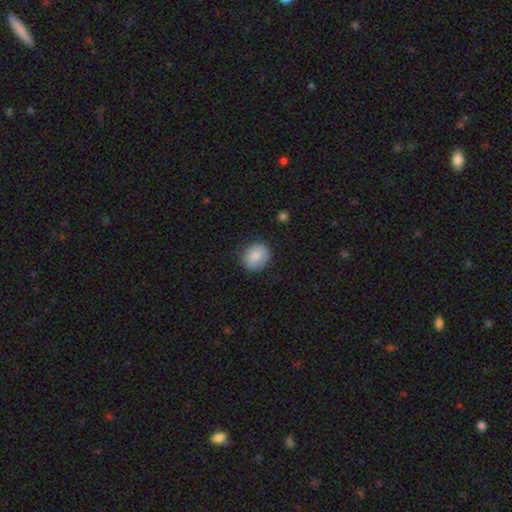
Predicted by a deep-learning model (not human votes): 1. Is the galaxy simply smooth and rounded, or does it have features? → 83% smooth, 10% featured or disk, 7% star or artifact.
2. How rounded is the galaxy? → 72% round, 27% in between, 1% cigar-shaped.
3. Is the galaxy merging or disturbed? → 83% none, 13% minor disturbance, 3% major disturbance, 1% merger.